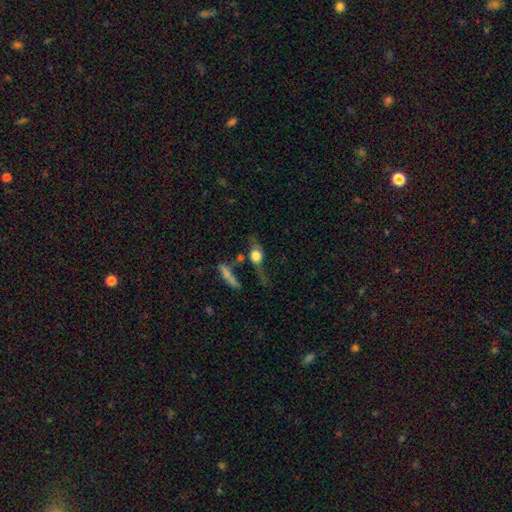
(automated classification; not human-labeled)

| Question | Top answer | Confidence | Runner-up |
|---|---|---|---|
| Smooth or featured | smooth | 55% | featured or disk (35%) |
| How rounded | in between | 50% | round (36%) |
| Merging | none | 41% | major disturbance (23%) |